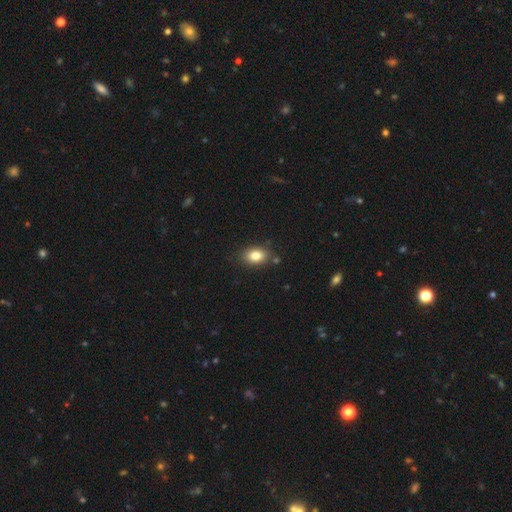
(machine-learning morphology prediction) smooth_or_featured: smooth (p=0.83) [alt: star or artifact p=0.09]
how_rounded: in between (p=0.81) [alt: round p=0.17]
merging: none (p=0.81) [alt: minor disturbance p=0.12]